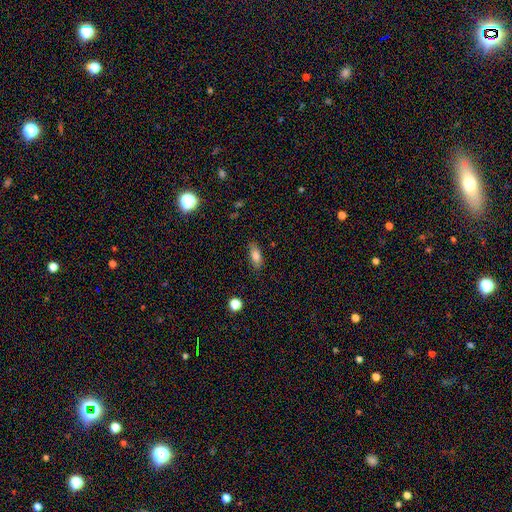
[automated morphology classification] A smooth galaxy with no disk features (80%) that is in between round and cigar-shaped (80%). Merging: none (81%).